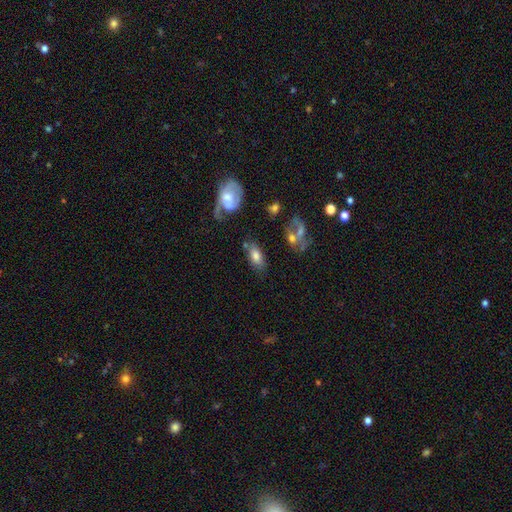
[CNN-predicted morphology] Smooth or featured? smooth (72%)
How rounded? in between (90%)
Merging? none (64%)